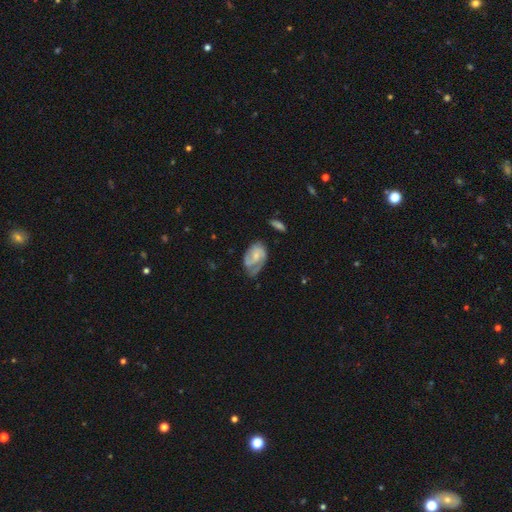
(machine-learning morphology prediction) smooth_or_featured: featured or disk (p=0.67) [alt: smooth p=0.27]
disk_edge_on: no (p=0.97) [alt: yes p=0.03]
bar: no (p=0.59) [alt: weak p=0.35]
has_spiral_arms: yes (p=0.87) [alt: no p=0.13]
spiral_winding: medium (p=0.44) [alt: tight p=0.37]
spiral_arm_count: 2 (p=0.57) [alt: can't tell p=0.19]
bulge_size: small (p=0.55) [alt: moderate p=0.33]
merging: none (p=0.48) [alt: minor disturbance p=0.31]